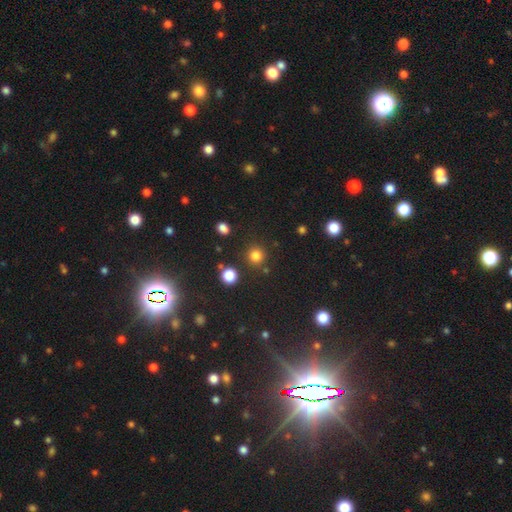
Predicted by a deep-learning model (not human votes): The model was most divided on "smooth or featured": smooth: 79%, star or artifact: 16%, featured or disk: 5%. More confident: how rounded — round (93%); merging — none (86%).